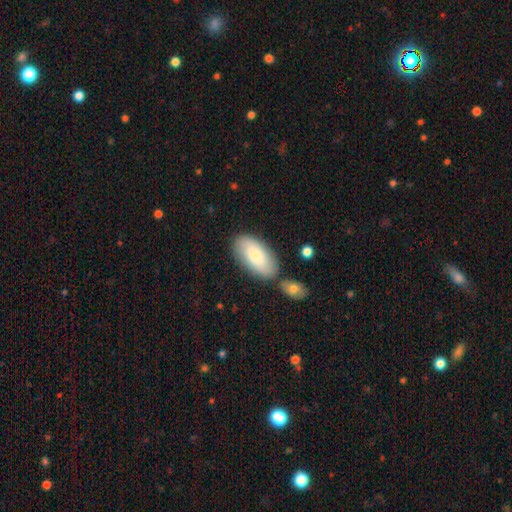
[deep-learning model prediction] This appears to be a smooth galaxy with no disk features (80%) that is in between round and cigar-shaped (93%). Merging: none (70%).